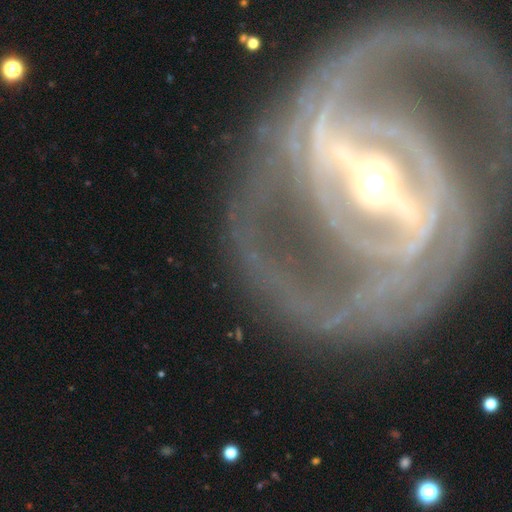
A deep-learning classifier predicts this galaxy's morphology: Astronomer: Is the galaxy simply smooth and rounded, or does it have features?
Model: featured or disk — 86%.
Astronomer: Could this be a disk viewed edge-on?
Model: no — 89%.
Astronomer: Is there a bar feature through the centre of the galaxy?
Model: strong — 74%.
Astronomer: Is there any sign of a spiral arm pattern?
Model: yes — 80%.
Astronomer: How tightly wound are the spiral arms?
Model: tight — 57%.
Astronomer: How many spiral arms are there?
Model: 2 — 40% (runner-up: can't tell, 27%).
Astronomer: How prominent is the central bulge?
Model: moderate — 52% (runner-up: small, 37%).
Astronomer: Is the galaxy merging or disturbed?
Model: none — 69%.